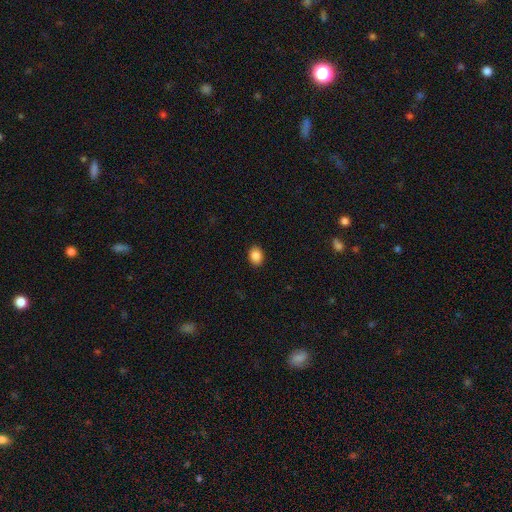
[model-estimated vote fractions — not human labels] Smooth or featured?
  - smooth: 88% *
  - star or artifact: 8%
  - featured or disk: 4%
How rounded?
  - in between: 64% *
  - round: 35%
  - cigar-shaped: 1%
Merging?
  - none: 90% *
  - minor disturbance: 7%
  - major disturbance: 2%
  - merger: 1%